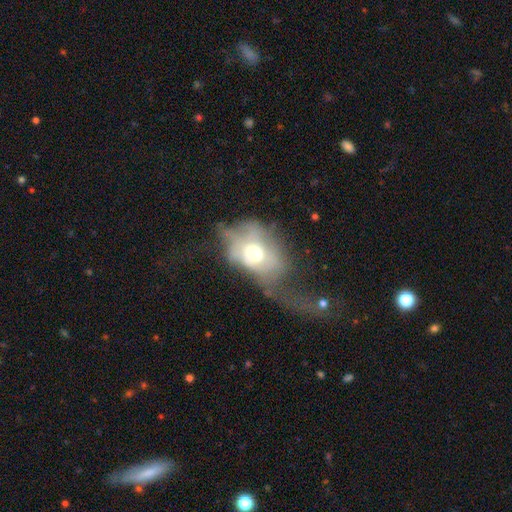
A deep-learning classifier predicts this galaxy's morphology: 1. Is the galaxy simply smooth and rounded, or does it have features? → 50% featured or disk, 40% smooth, 10% star or artifact.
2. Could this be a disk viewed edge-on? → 93% no, 7% yes.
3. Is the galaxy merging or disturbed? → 64% major disturbance, 16% none, 15% minor disturbance, 5% merger.